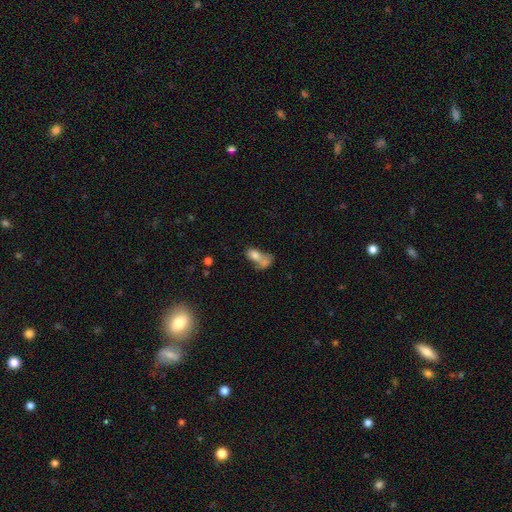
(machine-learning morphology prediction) smooth_or_featured: smooth (p=0.71) [alt: featured or disk p=0.18]
how_rounded: in between (p=0.75) [alt: round p=0.20]
merging: merger (p=0.63) [alt: none p=0.19]